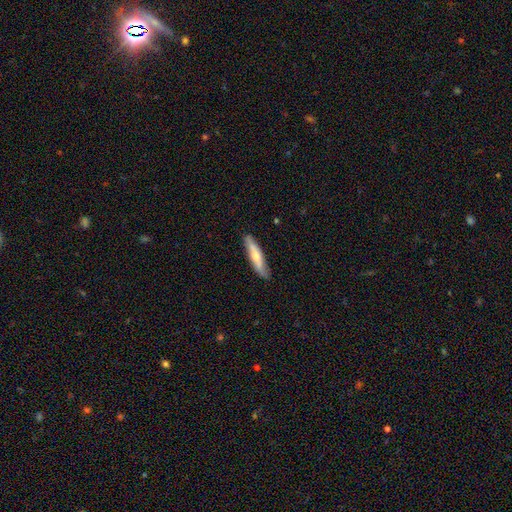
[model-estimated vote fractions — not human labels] Overall: featured or disk (48%; smooth 45%). Merging: none (86%).